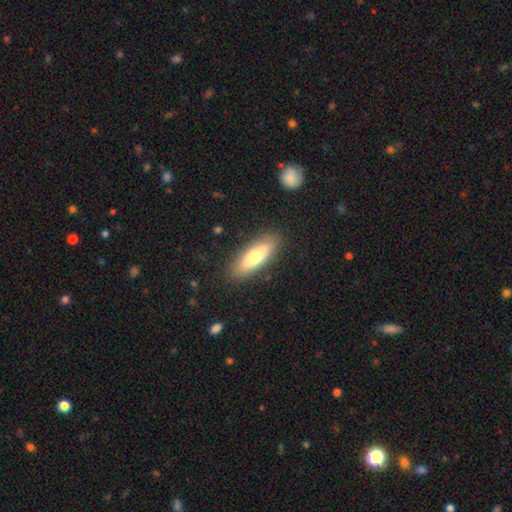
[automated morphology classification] Q: Smooth or featured?
A: smooth (71%); runner-up: featured or disk (23%)
Q: How rounded?
A: in between (50%); runner-up: cigar-shaped (48%)
Q: Merging?
A: none (87%); runner-up: minor disturbance (9%)